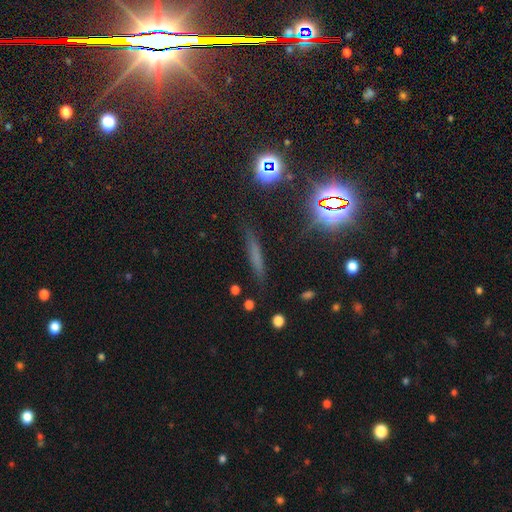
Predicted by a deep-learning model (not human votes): Smooth or featured? Predicted: smooth (p=0.49). Merging? Predicted: none (p=0.83).